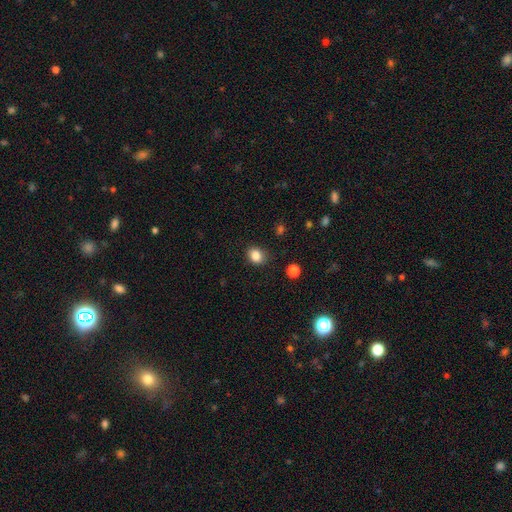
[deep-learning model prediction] smooth-or-featured: smooth: 84% | star or artifact: 11% | featured or disk: 5%
  how-rounded: round: 57% | in between: 42% | cigar-shaped: 1%
  merging: none: 85% | minor disturbance: 11% | major disturbance: 3% | merger: 1%